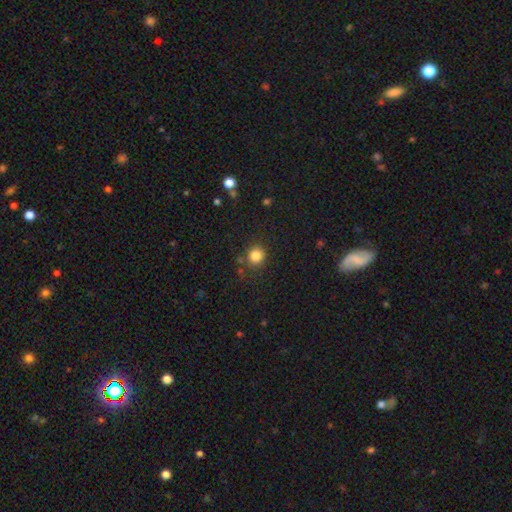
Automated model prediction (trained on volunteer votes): Smooth or featured? Predicted: smooth (p=0.84). How rounded? Predicted: round (p=0.86). Merging? Predicted: none (p=0.83).